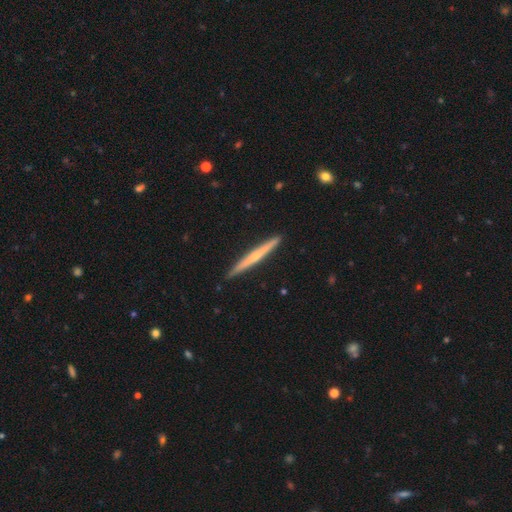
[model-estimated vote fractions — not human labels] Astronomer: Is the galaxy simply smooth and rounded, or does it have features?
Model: featured or disk — 60%.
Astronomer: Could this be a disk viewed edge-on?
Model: yes — 98%.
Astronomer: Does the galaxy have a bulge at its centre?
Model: rounded — 52% (runner-up: none, 44%).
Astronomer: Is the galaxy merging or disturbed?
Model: none — 91%.